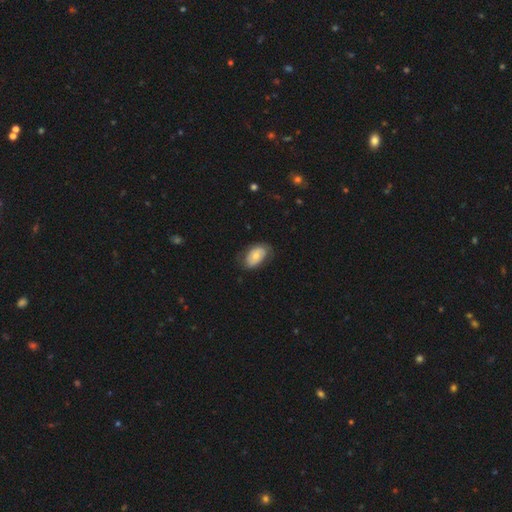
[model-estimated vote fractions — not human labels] smooth-or-featured: smooth: 59% | featured or disk: 34% | star or artifact: 6%
  how-rounded: in between: 90% | round: 8% | cigar-shaped: 1%
  merging: none: 69% | minor disturbance: 23% | major disturbance: 7% | merger: 1%